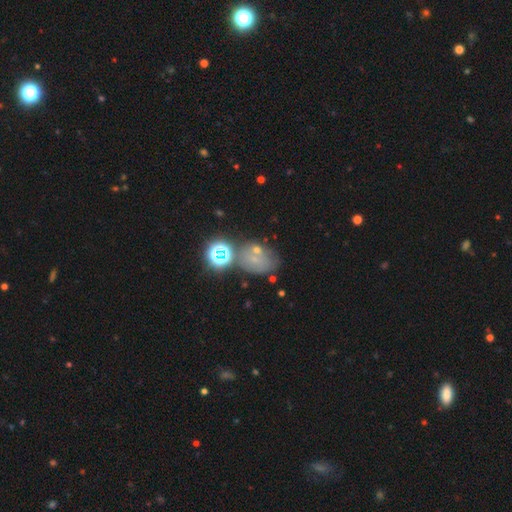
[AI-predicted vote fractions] The model was most divided on "smooth or featured": star or artifact: 48%, smooth: 30%, featured or disk: 22%.